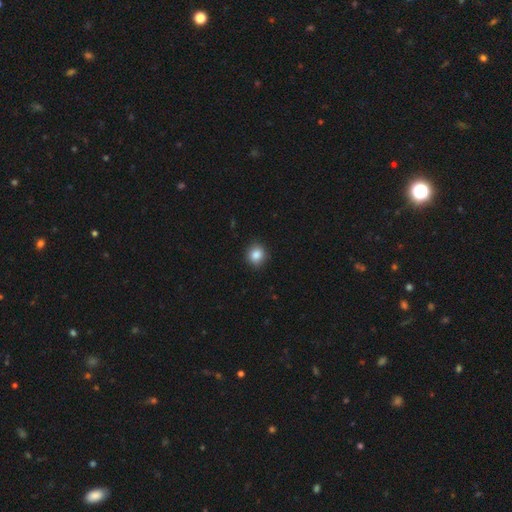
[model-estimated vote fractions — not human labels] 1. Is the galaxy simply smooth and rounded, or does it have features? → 86% smooth, 10% star or artifact, 4% featured or disk.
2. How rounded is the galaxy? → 81% round, 18% in between, 1% cigar-shaped.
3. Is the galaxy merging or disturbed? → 90% none, 8% minor disturbance, 2% major disturbance, 1% merger.